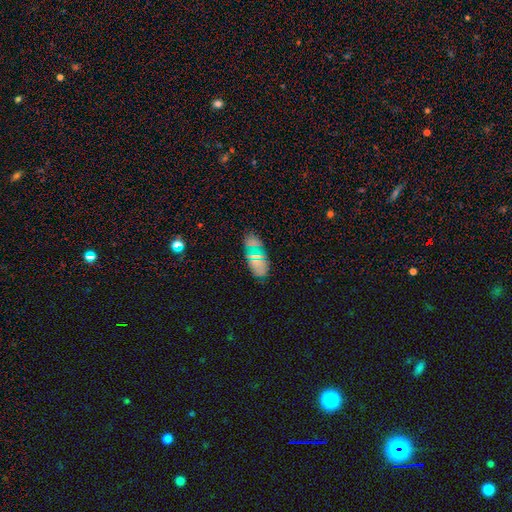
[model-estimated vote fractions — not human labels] smooth 62%, star or artifact 24%, featured or disk 14%. Down the decision tree: how rounded — in between (90%); merging — none (81%).